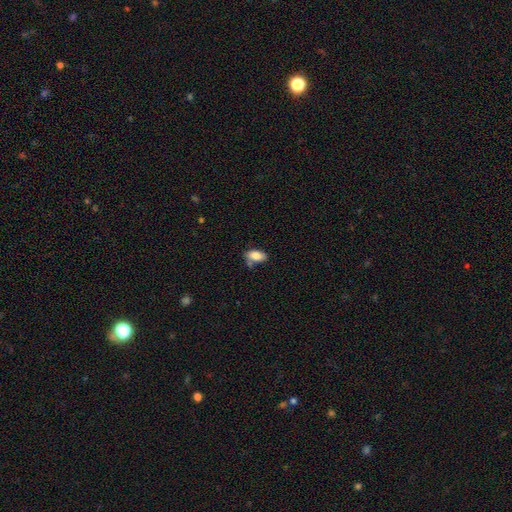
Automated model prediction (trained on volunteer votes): Smooth or featured? Predicted: smooth (p=0.82). How rounded? Predicted: in between (p=0.92). Merging? Predicted: none (p=0.56).